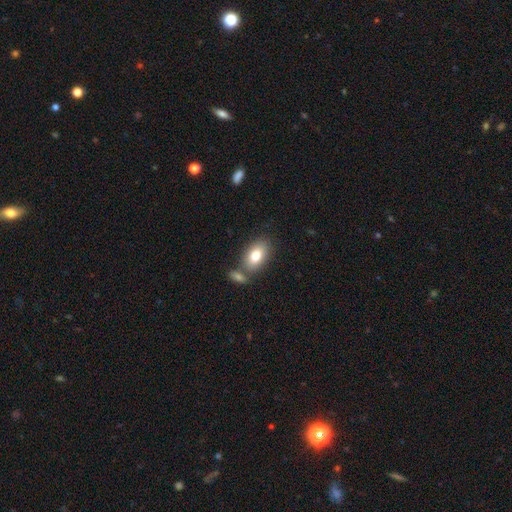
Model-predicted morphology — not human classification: Smooth or featured?
  - smooth: 79% *
  - featured or disk: 14%
  - star or artifact: 7%
How rounded?
  - in between: 89% *
  - round: 9%
  - cigar-shaped: 2%
Merging?
  - none: 62% *
  - merger: 23%
  - minor disturbance: 12%
  - major disturbance: 4%